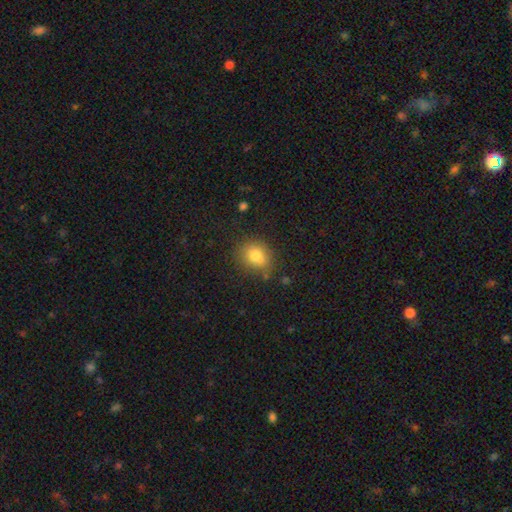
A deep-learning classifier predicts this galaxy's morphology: A smooth galaxy with no disk features (78%) that is round (51%).

Vote fractions:
- Smooth or featured? smooth: 78% / star or artifact: 11% / featured or disk: 11%
- How rounded? round: 51% / in between: 48% / cigar-shaped: 2%
- Merging? none: 68% / minor disturbance: 21% / major disturbance: 6% / merger: 5%